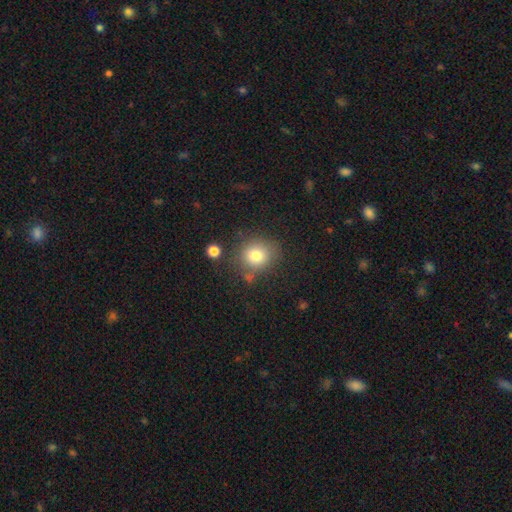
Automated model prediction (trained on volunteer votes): Morphology: type=smooth (79%); roundness=round (79%); merging=none (73%).